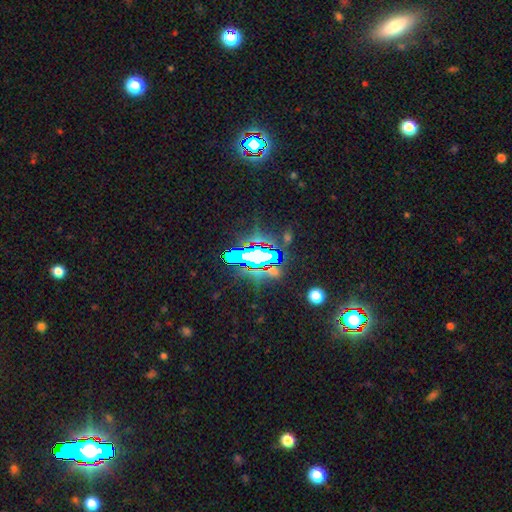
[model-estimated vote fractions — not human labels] Smooth or featured: star or artifact — 69% (smooth — 16%)